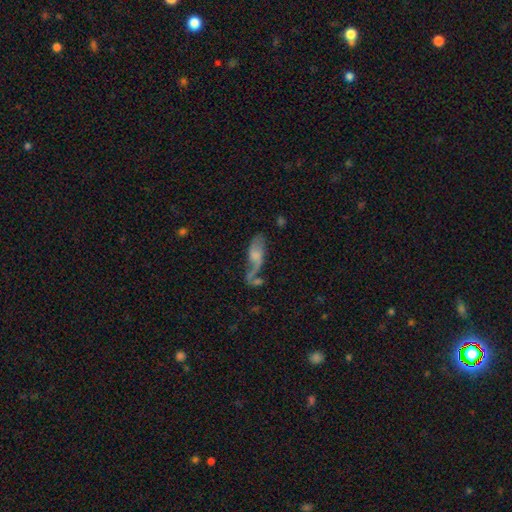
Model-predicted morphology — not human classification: Smooth or featured?
  - featured or disk: 50% *
  - smooth: 40%
  - star or artifact: 9%
Edge-on disk?
  - no: 82% *
  - yes: 18%
Merging?
  - none: 32% *
  - major disturbance: 25%
  - merger: 22%
  - minor disturbance: 21%